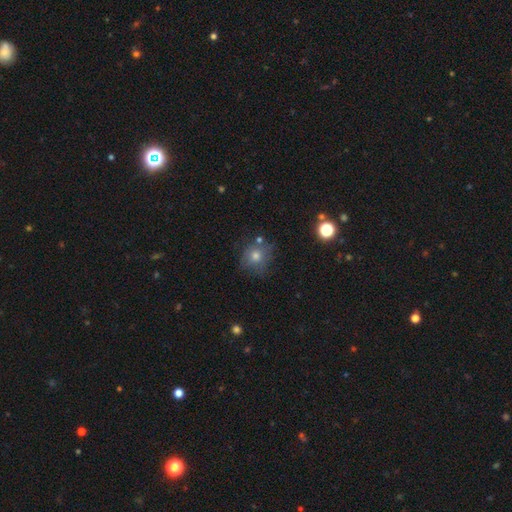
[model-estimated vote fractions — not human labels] A smooth galaxy with no disk features (66%) that is round (85%). Merging: none (71%).